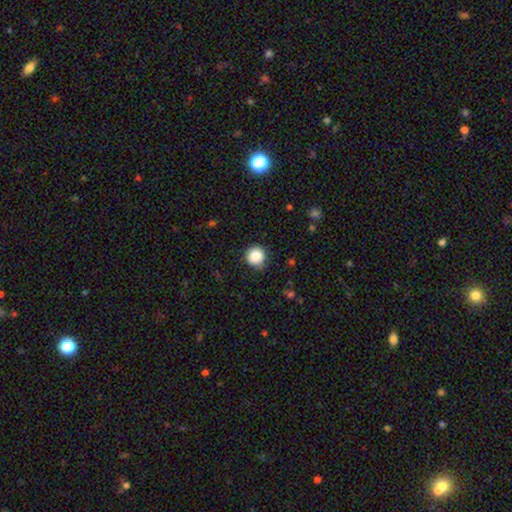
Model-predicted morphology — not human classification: The model was most divided on "smooth or featured": smooth: 87%, star or artifact: 9%, featured or disk: 4%. More confident: how rounded — round (95%); merging — none (88%).